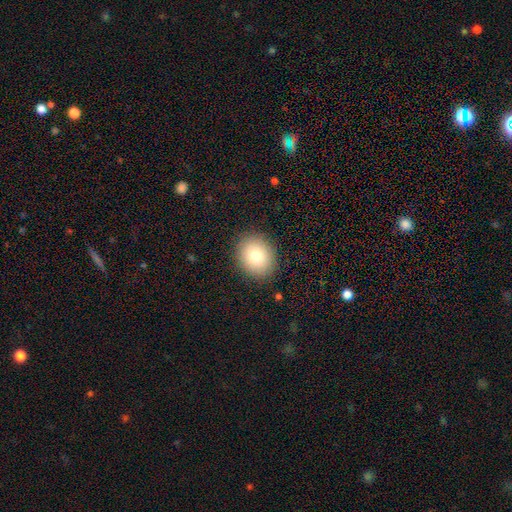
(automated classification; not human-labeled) smooth_or_featured: smooth (p=0.80) [alt: featured or disk p=0.10]
how_rounded: round (p=0.60) [alt: in between p=0.40]
merging: none (p=0.89) [alt: minor disturbance p=0.08]